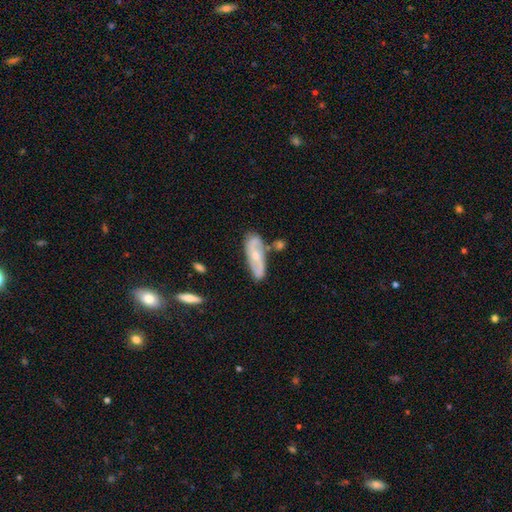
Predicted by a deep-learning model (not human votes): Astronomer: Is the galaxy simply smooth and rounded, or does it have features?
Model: featured or disk — 66%.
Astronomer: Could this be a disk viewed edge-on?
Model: no — 82%.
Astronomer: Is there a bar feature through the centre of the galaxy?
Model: no — 58%.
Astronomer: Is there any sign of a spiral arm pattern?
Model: yes — 85%.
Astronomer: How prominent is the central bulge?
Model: small — 54% (runner-up: moderate, 41%).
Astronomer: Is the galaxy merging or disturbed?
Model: none — 69%.